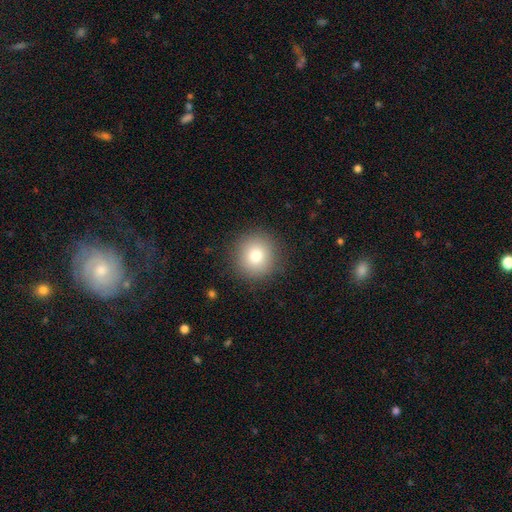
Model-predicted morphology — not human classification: smooth 81%, star or artifact 10%, featured or disk 9%. Down the decision tree: how rounded — round (94%); merging — none (90%).